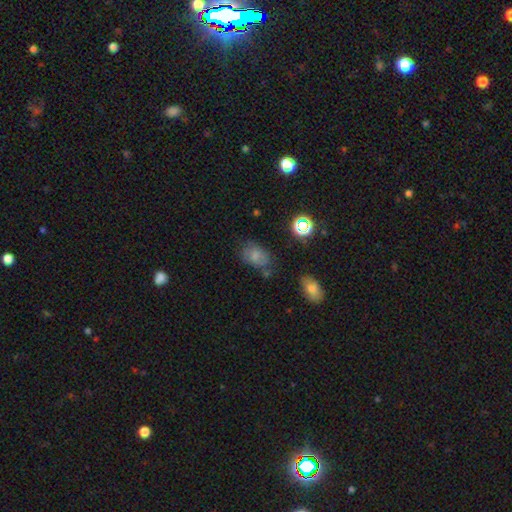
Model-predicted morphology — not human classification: A smooth galaxy with no disk features (69%) that is in between round and cigar-shaped (82%). Merging: none (59%).